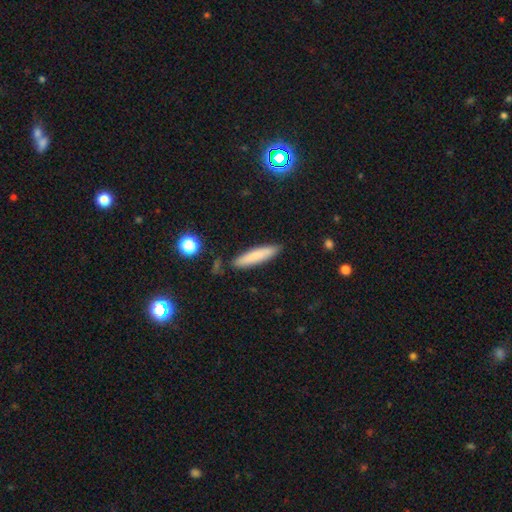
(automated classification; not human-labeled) smooth 80%, featured or disk 12%, star or artifact 7%. Down the decision tree: how rounded — cigar-shaped (84%); merging — none (86%).